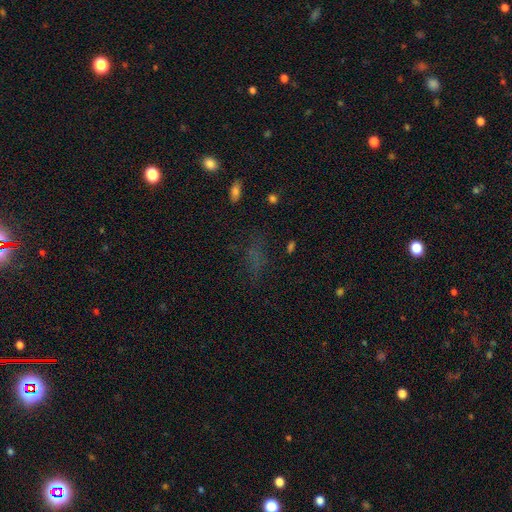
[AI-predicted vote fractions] This is marginally a star or artifact rather than a galaxy (44%).